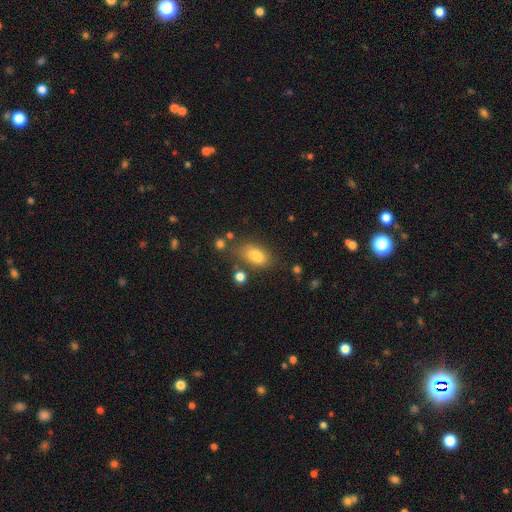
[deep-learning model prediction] Morphology: type=smooth (81%); roundness=in between (87%); merging=none (63%).